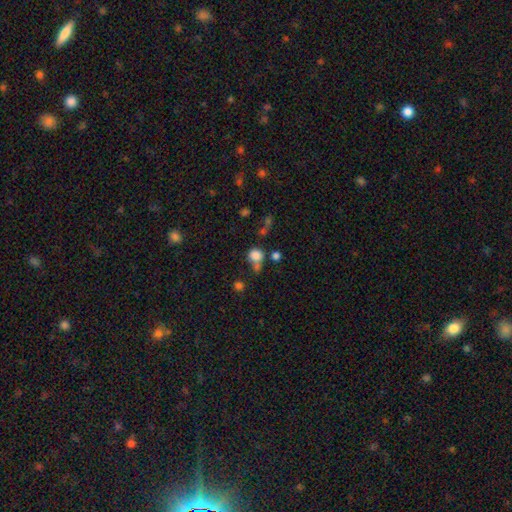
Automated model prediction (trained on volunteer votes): Overall: smooth (79%). How rounded: round (80%). Merging: none (49%; merger 26%).